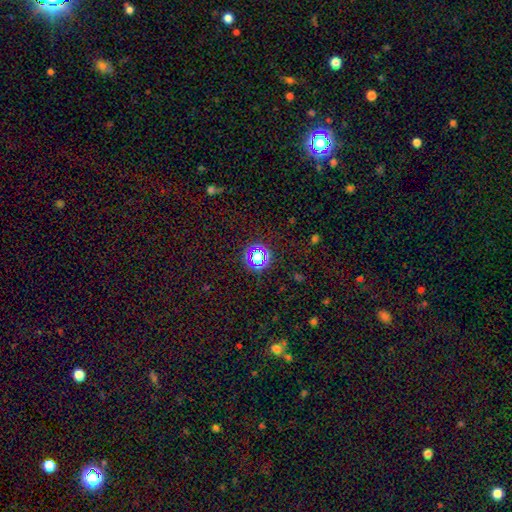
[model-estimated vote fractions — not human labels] smooth-or-featured: star or artifact: 64% | smooth: 26% | featured or disk: 10%